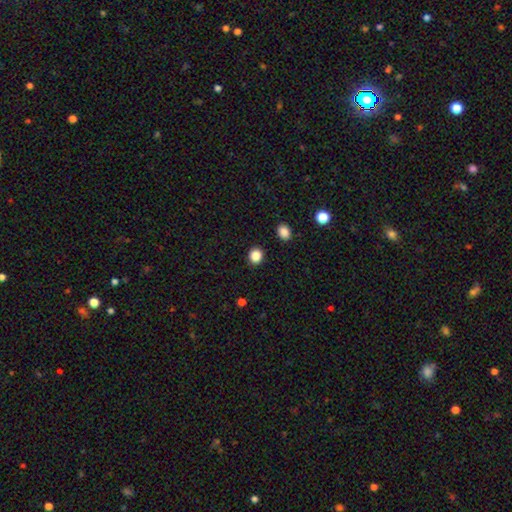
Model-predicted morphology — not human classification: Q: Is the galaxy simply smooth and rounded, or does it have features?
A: smooth — 86%.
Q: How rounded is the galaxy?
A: round — 79%.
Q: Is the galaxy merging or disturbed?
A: none — 90%.